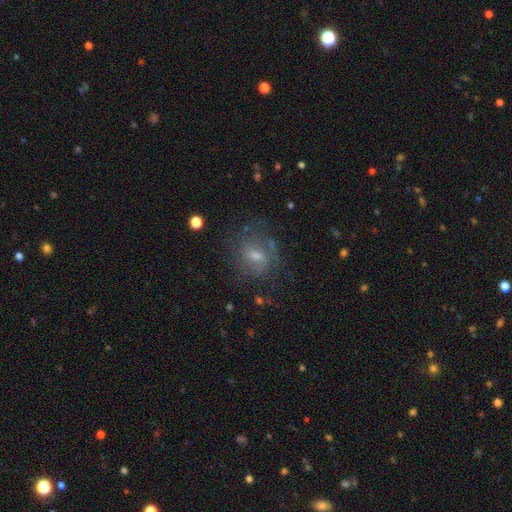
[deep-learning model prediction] smooth-or-featured: featured or disk: 57% | smooth: 28% | star or artifact: 15%
  disk-edge-on: no: 95% | yes: 5%
    bar: weak: 53% | no: 34% | strong: 13%
    has-spiral-arms: yes: 77% | no: 23%
    bulge-size: moderate: 49% | small: 36% | none: 8% | large: 6% | dominant: 1%
  merging: none: 63% | minor disturbance: 19% | major disturbance: 16% | merger: 2%